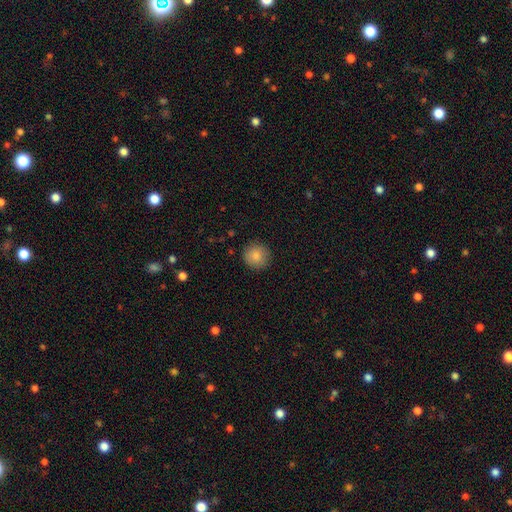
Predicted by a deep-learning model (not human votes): Morphology: type=smooth (85%); roundness=round (94%); merging=none (90%).